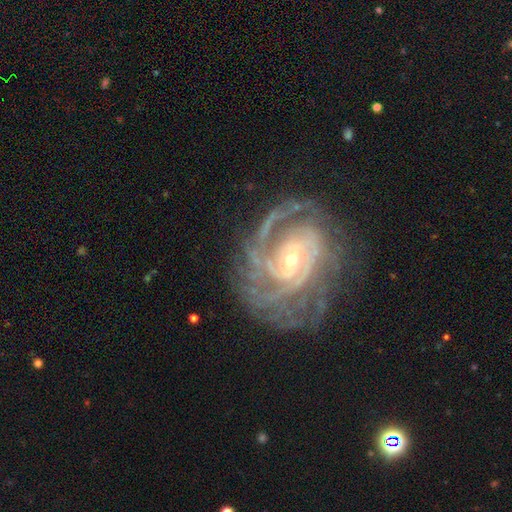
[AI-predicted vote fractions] Q: Smooth or featured?
A: featured or disk (86%); runner-up: star or artifact (8%)
Q: Edge-on disk?
A: no (97%); runner-up: yes (3%)
Q: Bar?
A: weak (41%); runner-up: no (38%)
Q: Spiral arms?
A: yes (96%); runner-up: no (4%)
Q: Spiral winding?
A: tight (68%); runner-up: medium (26%)
Q: Spiral arm count?
A: 2 (29%); runner-up: can't tell (28%)
Q: Bulge size?
A: small (65%); runner-up: moderate (30%)
Q: Merging?
A: none (71%); runner-up: minor disturbance (17%)